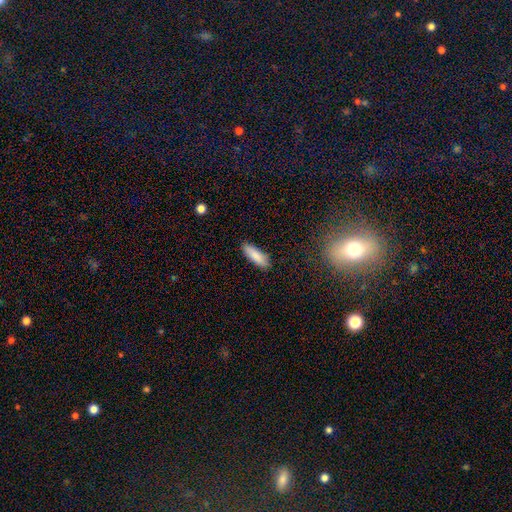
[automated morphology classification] Smooth or featured: smooth — 87% (featured or disk — 7%)
How rounded: in between — 52% (cigar-shaped — 47%)
Merging: none — 87% (minor disturbance — 10%)